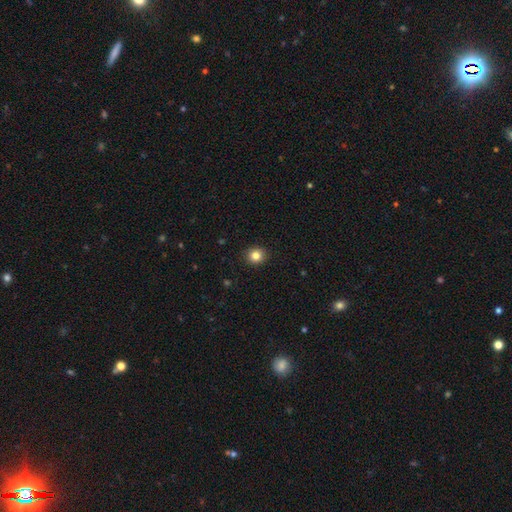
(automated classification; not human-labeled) Smooth or featured? smooth (83%)
How rounded? round (84%)
Merging? none (92%)